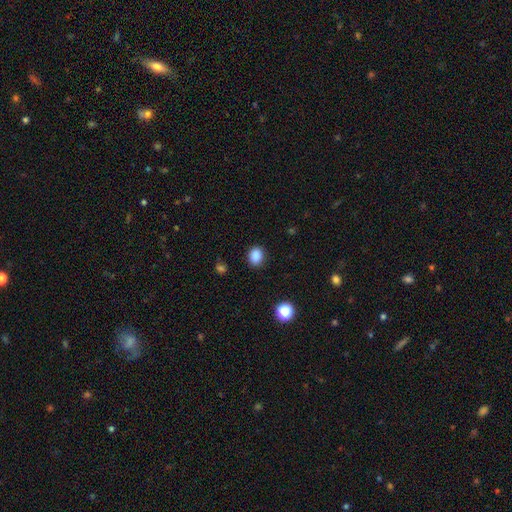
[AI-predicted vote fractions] A smooth galaxy with no disk features (87%) that is round (54%). Merging: none (87%).